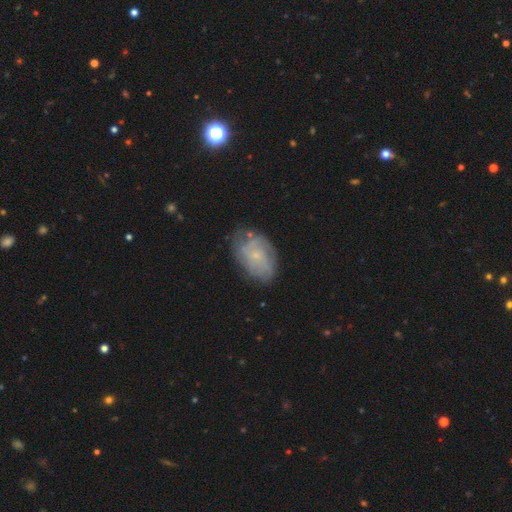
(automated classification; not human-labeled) Overall: featured or disk (61%; smooth 30%). Edge-on disk: no (96%). Bar: no (76%). Spiral arms: yes (77%). Bulge size: small (78%). Merging: none (67%).